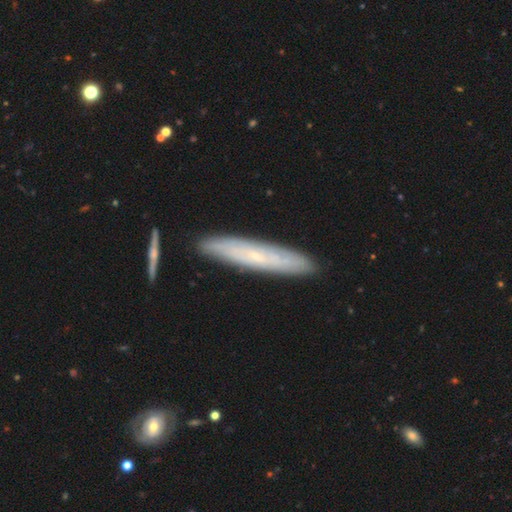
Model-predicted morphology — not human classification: Smooth or featured: featured or disk — 55% (smooth — 38%)
Edge-on disk: yes — 66% (no — 34%)
Merging: none — 87% (minor disturbance — 9%)